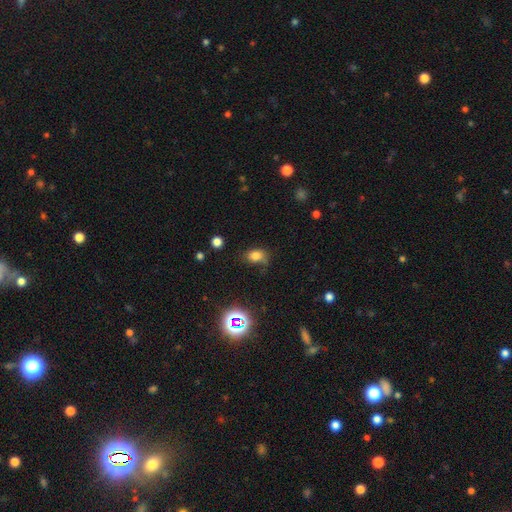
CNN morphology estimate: The model was most divided on "merging": none: 56%, minor disturbance: 28%, major disturbance: 12%, merger: 3%. More confident: smooth or featured — smooth (75%); how rounded — in between (72%).